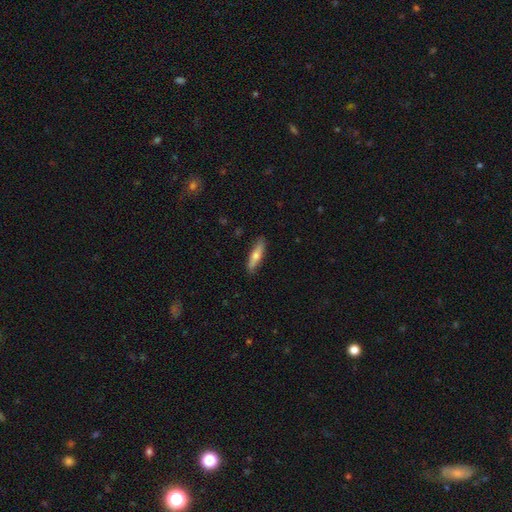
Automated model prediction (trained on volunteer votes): Smooth or featured? Predicted: smooth (p=0.61). How rounded? Predicted: cigar-shaped (p=0.77). Merging? Predicted: none (p=0.87).